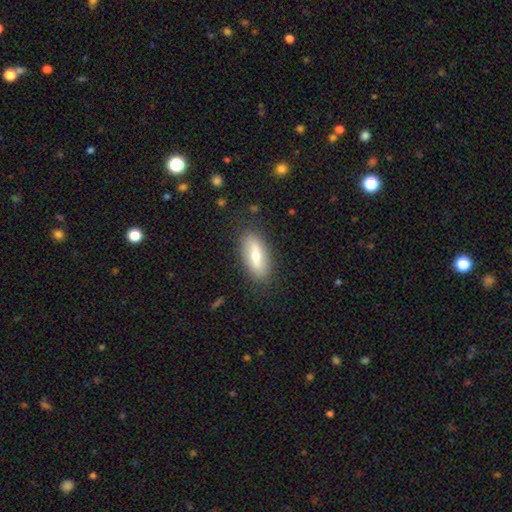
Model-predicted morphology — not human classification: Smooth or featured? smooth (64%)
How rounded? in between (79%)
Merging? none (85%)